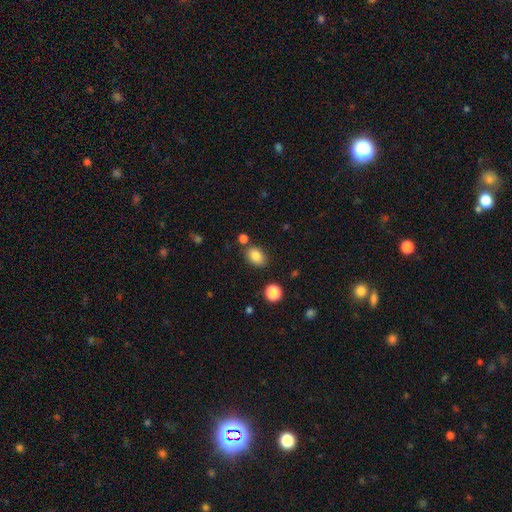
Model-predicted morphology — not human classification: Smooth or featured: smooth — 84% (star or artifact — 10%)
How rounded: in between — 79% (round — 20%)
Merging: none — 78% (minor disturbance — 12%)